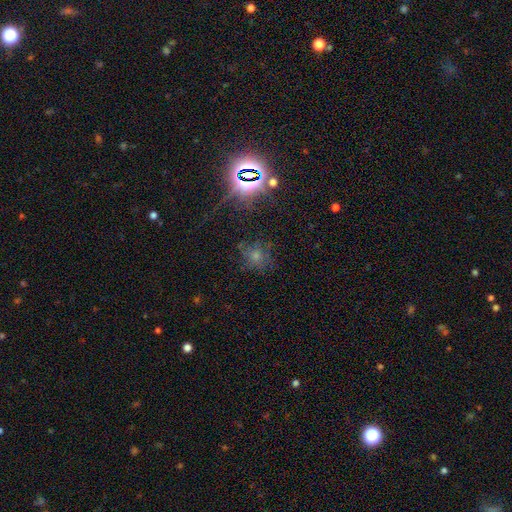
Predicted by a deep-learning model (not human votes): Overall: star or artifact (51%; smooth 33%).